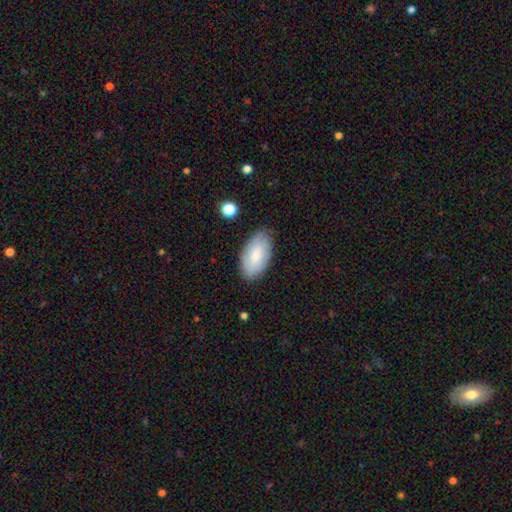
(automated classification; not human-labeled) Morphology: type=smooth (78%); roundness=in between (95%); merging=none (83%).